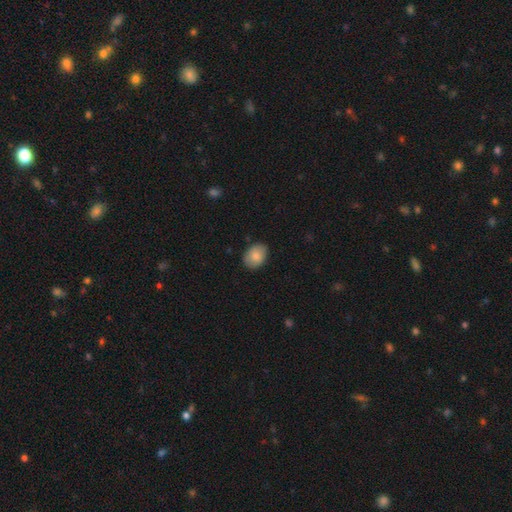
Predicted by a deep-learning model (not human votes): smooth 82%, featured or disk 11%, star or artifact 7%. Down the decision tree: how rounded — in between (71%); merging — none (84%).